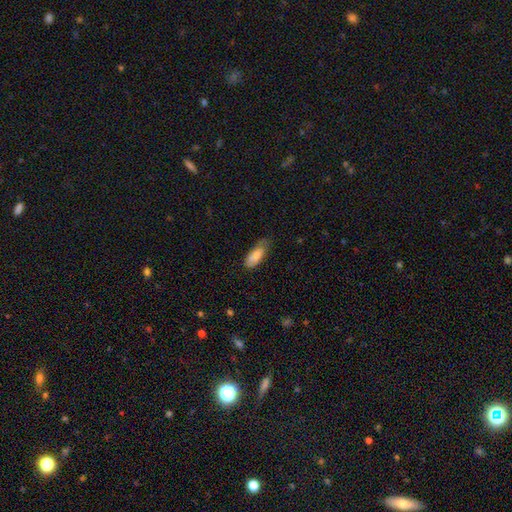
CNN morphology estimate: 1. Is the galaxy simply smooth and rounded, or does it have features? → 83% smooth, 11% featured or disk, 6% star or artifact.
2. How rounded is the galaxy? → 77% in between, 22% cigar-shaped, 2% round.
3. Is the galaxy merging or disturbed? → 51% none, 38% minor disturbance, 10% major disturbance, 2% merger.